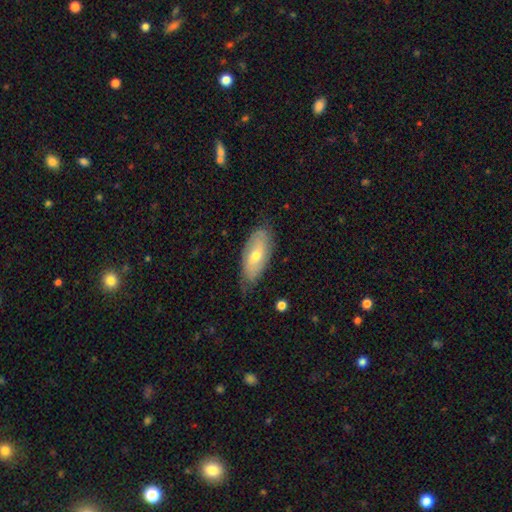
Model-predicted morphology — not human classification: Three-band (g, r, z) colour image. It shows a smooth galaxy with no disk features (48%). Merging: none (72%).